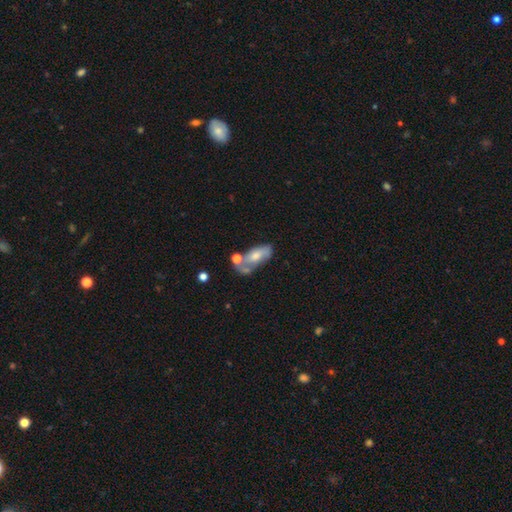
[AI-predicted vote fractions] Overall: smooth (48%; featured or disk 45%). Merging: none (31%; merger 28%).